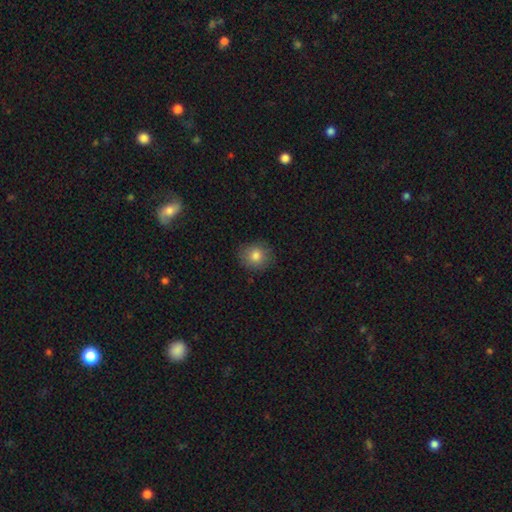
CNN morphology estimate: smooth-or-featured: smooth: 81% | star or artifact: 11% | featured or disk: 8%
  how-rounded: round: 86% | in between: 13% | cigar-shaped: 1%
  merging: none: 87% | minor disturbance: 10% | major disturbance: 2% | merger: 1%